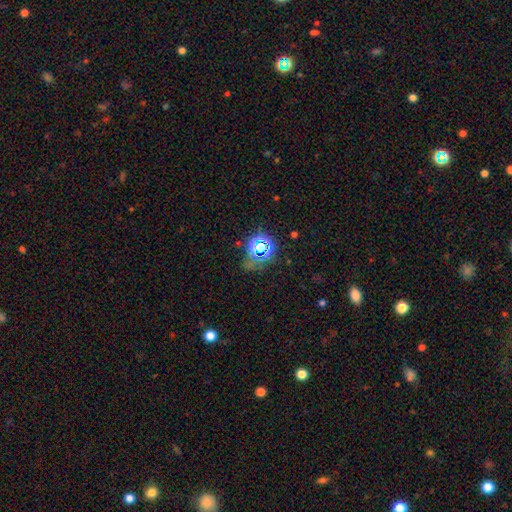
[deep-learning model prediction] This is possibly a smooth galaxy (47%). Merging: likely none (73%).